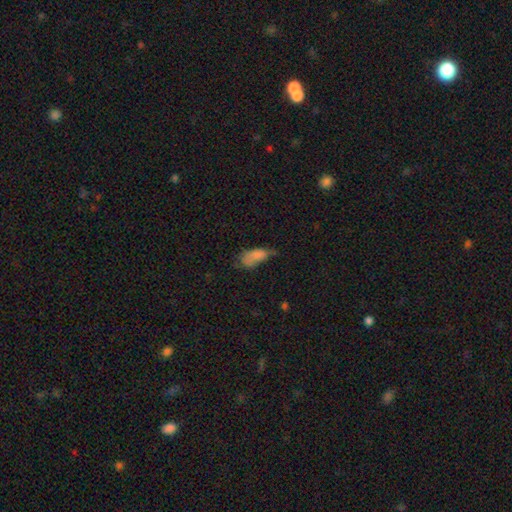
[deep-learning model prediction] Morphology: type=smooth (73%); roundness=in between (84%); merging=minor disturbance (34%).